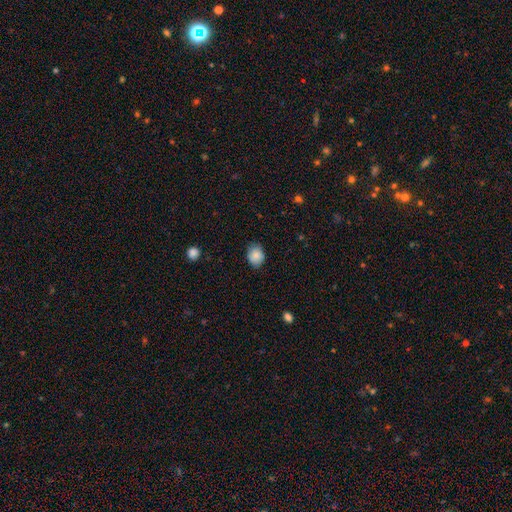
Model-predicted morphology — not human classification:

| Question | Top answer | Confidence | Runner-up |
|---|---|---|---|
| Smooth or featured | smooth | 86% | star or artifact (8%) |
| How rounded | in between | 56% | round (43%) |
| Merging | none | 81% | minor disturbance (15%) |